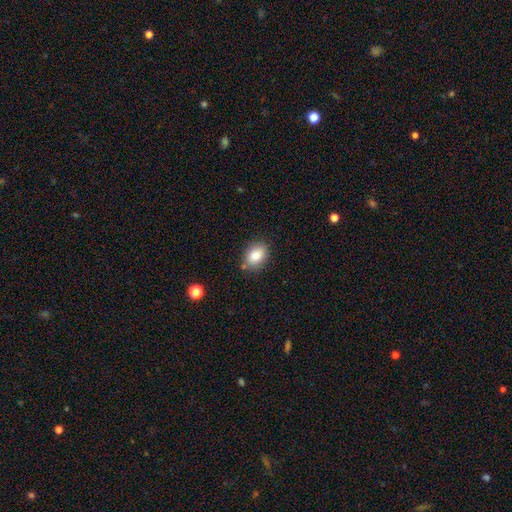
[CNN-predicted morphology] type=smooth (83%); roundness=in between (72%); merging=none (82%).